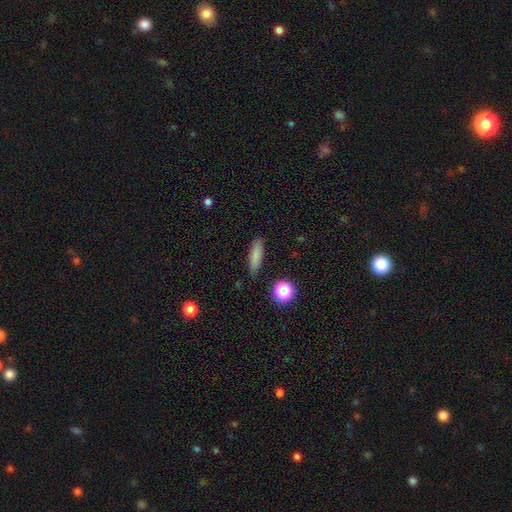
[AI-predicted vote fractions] Smooth or featured?
  - smooth: 82% *
  - star or artifact: 10%
  - featured or disk: 8%
How rounded?
  - cigar-shaped: 53% *
  - in between: 43%
  - round: 4%
Merging?
  - none: 86% *
  - minor disturbance: 10%
  - major disturbance: 2%
  - merger: 2%